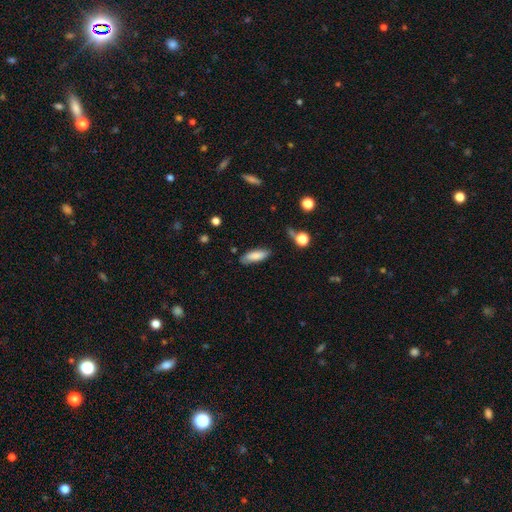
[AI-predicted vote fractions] smooth-or-featured: smooth: 83% | featured or disk: 10% | star or artifact: 7%
  how-rounded: in between: 61% | cigar-shaped: 38% | round: 2%
  merging: none: 78% | minor disturbance: 16% | major disturbance: 3% | merger: 2%